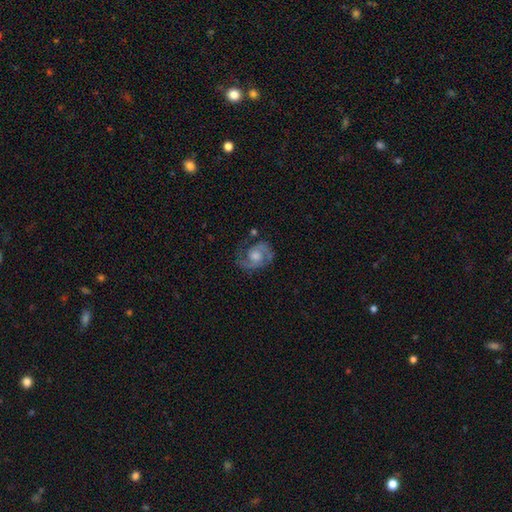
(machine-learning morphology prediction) smooth-or-featured: featured or disk: 83% | smooth: 10% | star or artifact: 7%
  disk-edge-on: no: 98% | yes: 2%
    bar: no: 65% | weak: 30% | strong: 5%
    has-spiral-arms: yes: 95% | no: 5%
      spiral-winding: medium: 50% | tight: 37% | loose: 14%
      spiral-arm-count: 2: 85% | can't tell: 6% | 1: 5% | 3: 2% | 4: 1% | more than 4: 1%
    bulge-size: moderate: 58% | small: 20% | large: 15% | none: 5% | dominant: 2%
  merging: none: 73% | minor disturbance: 17% | major disturbance: 8% | merger: 2%